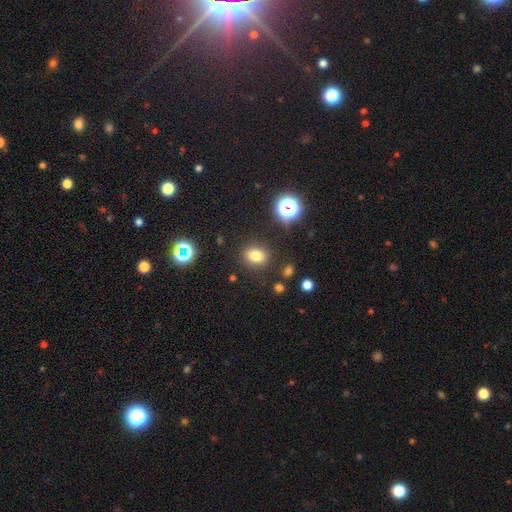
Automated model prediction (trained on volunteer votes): Smooth or featured: smooth — 77% (star or artifact — 16%)
How rounded: in between — 51% (round — 48%)
Merging: none — 85% (minor disturbance — 9%)